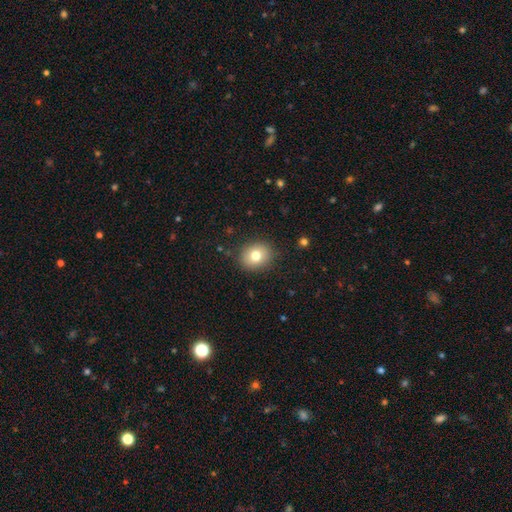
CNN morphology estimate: The model was most divided on "how rounded": round: 66%, in between: 34%, cigar-shaped: 1%. More confident: merging — none (88%); smooth or featured — smooth (77%).